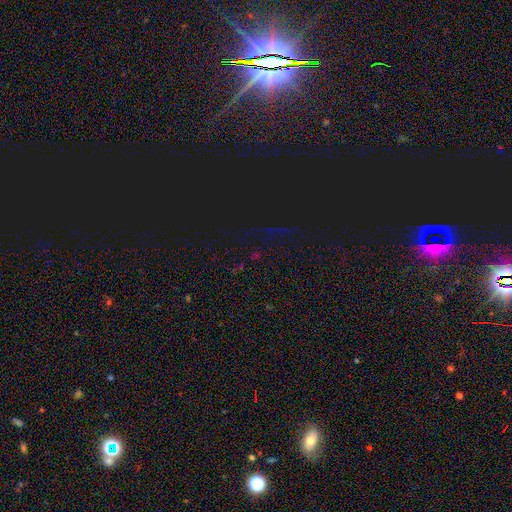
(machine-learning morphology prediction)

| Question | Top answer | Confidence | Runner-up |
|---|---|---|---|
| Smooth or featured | star or artifact | 75% | smooth (18%) |